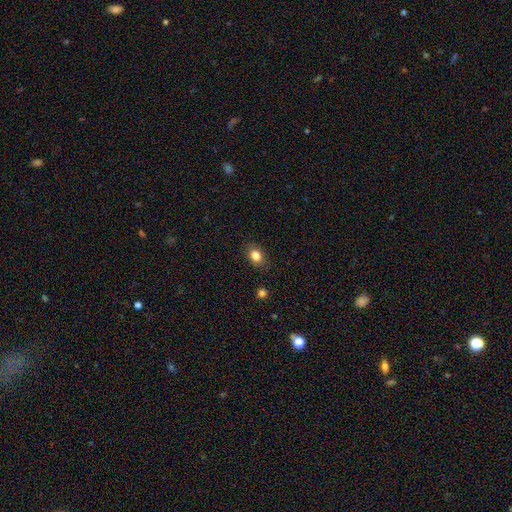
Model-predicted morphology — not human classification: smooth-or-featured: smooth: 83% | star or artifact: 10% | featured or disk: 7%
  how-rounded: in between: 69% | round: 30% | cigar-shaped: 1%
  merging: none: 86% | minor disturbance: 10% | major disturbance: 2% | merger: 1%